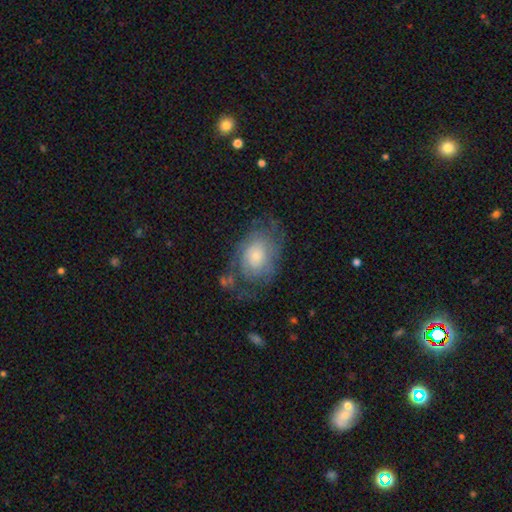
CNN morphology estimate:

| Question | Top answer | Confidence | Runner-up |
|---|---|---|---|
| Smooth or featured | featured or disk | 56% | smooth (36%) |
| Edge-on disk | no | 96% | yes (4%) |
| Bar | no | 79% | weak (19%) |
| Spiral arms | yes | 72% | no (28%) |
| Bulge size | small | 50% | moderate (34%) |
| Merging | none | 54% | minor disturbance (23%) |